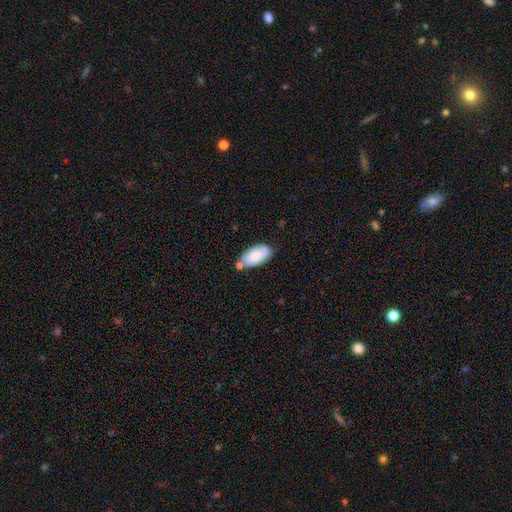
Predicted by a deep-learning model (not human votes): The model was most divided on "merging": none: 64%, minor disturbance: 19%, merger: 13%, major disturbance: 4%. More confident: how rounded — in between (94%); smooth or featured — smooth (82%).